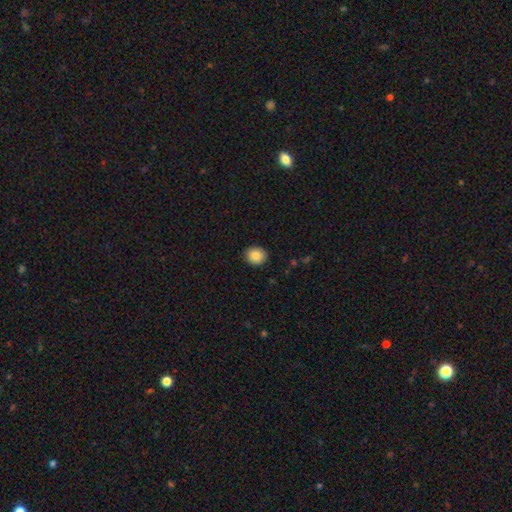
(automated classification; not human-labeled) Smooth or featured? Predicted: smooth (p=0.86). How rounded? Predicted: round (p=0.74). Merging? Predicted: none (p=0.89).